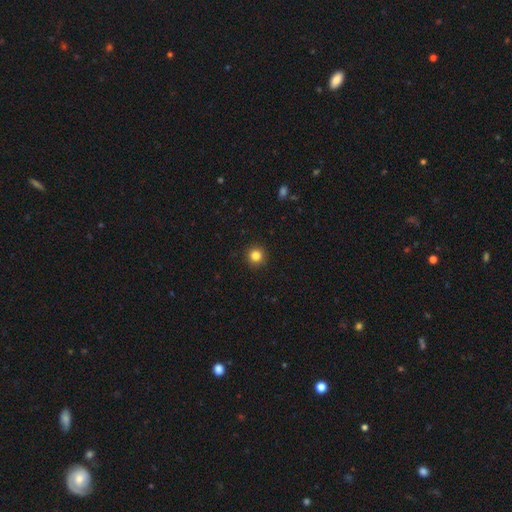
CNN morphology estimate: smooth_or_featured: smooth (p=0.84) [alt: star or artifact p=0.12]
how_rounded: round (p=0.95) [alt: in between p=0.04]
merging: none (p=0.93) [alt: minor disturbance p=0.04]